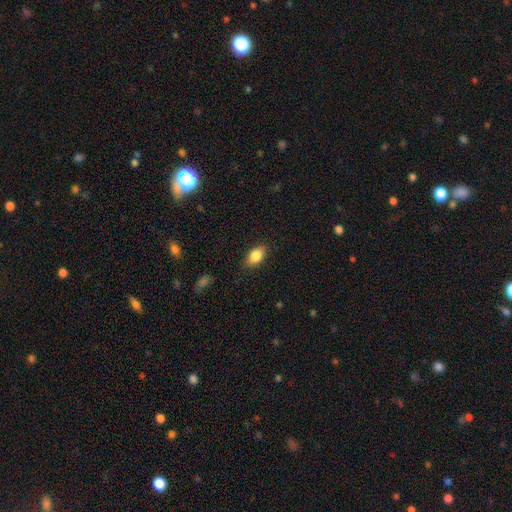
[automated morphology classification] The model was most divided on "merging": none: 84%, minor disturbance: 13%, major disturbance: 3%, merger: 1%. More confident: how rounded — in between (87%); smooth or featured — smooth (83%).